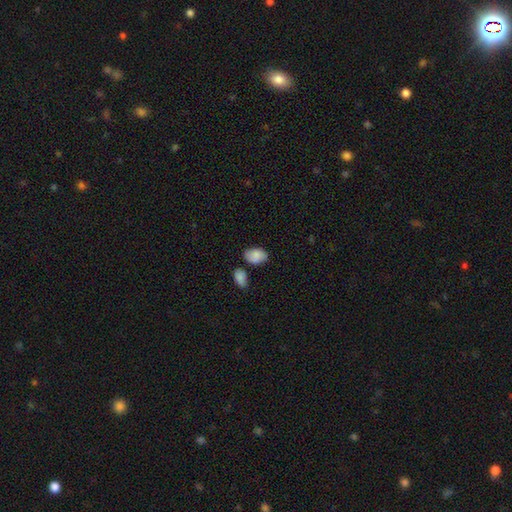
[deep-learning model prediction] Smooth or featured: smooth — 78% (featured or disk — 14%)
How rounded: in between — 87% (round — 12%)
Merging: none — 61% (minor disturbance — 24%)